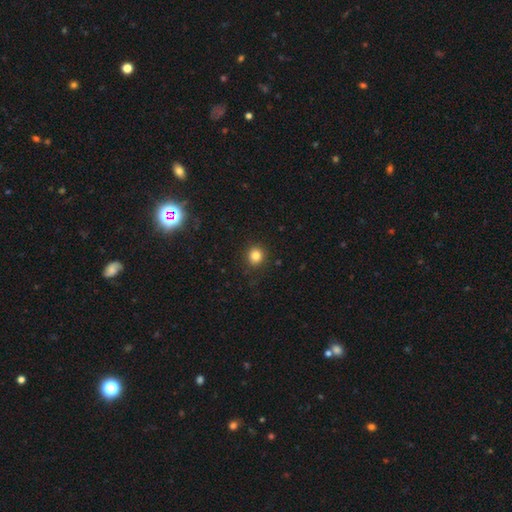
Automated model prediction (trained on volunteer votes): smooth 83%, star or artifact 12%, featured or disk 5%. Down the decision tree: how rounded — round (88%); merging — none (89%).